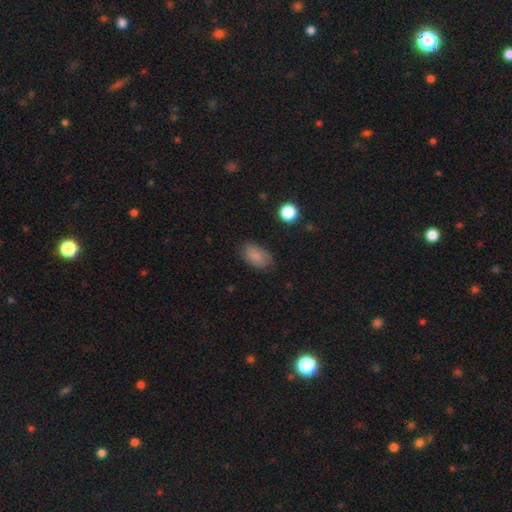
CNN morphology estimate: Smooth or featured? Predicted: smooth (p=0.83). How rounded? Predicted: in between (p=0.91). Merging? Predicted: none (p=0.76).